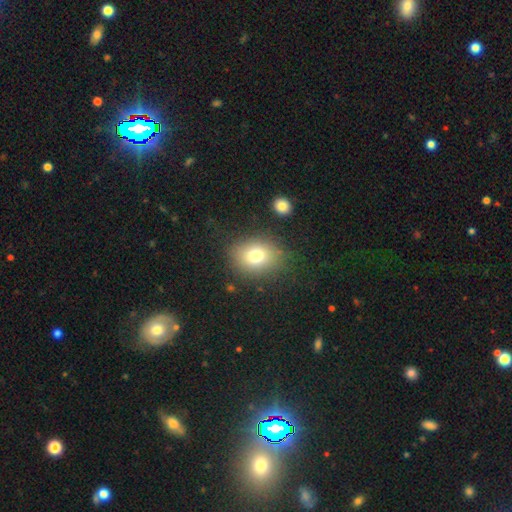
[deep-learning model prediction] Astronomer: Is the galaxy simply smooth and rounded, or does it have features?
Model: smooth — 75%.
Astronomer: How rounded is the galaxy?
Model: round — 54% (runner-up: in between, 45%).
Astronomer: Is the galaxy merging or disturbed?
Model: none — 82%.